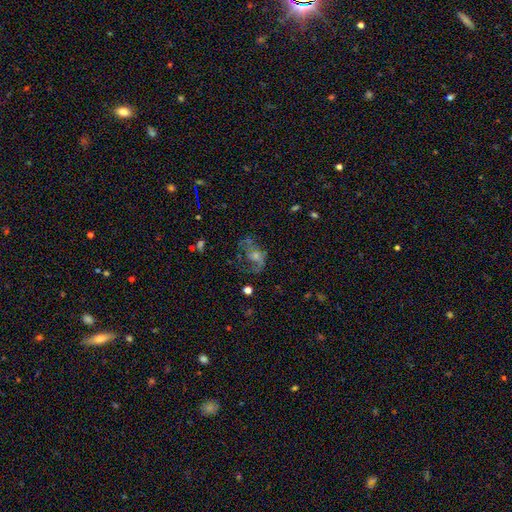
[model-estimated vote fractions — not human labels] Smooth or featured?
  - featured or disk: 58% *
  - smooth: 22%
  - star or artifact: 19%
Edge-on disk?
  - no: 96% *
  - yes: 4%
Bar?
  - no: 70% *
  - weak: 24%
  - strong: 6%
Spiral arms?
  - yes: 66% *
  - no: 34%
Bulge size?
  - moderate: 44% *
  - small: 38%
  - none: 10%
  - large: 7%
  - dominant: 2%
Merging?
  - none: 43% *
  - major disturbance: 35%
  - minor disturbance: 19%
  - merger: 3%